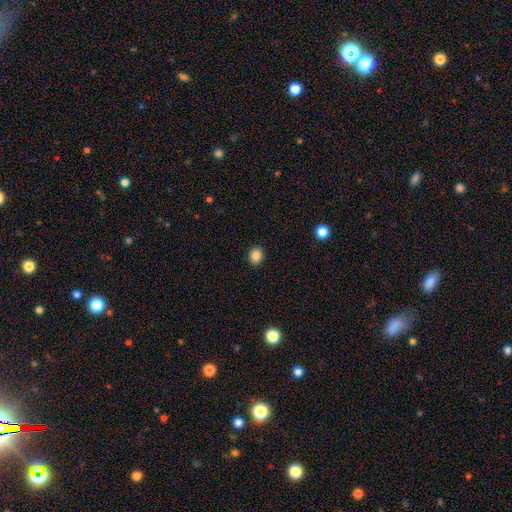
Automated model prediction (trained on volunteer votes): Smooth or featured? Predicted: smooth (p=0.86). How rounded? Predicted: round (p=0.68). Merging? Predicted: none (p=0.91).